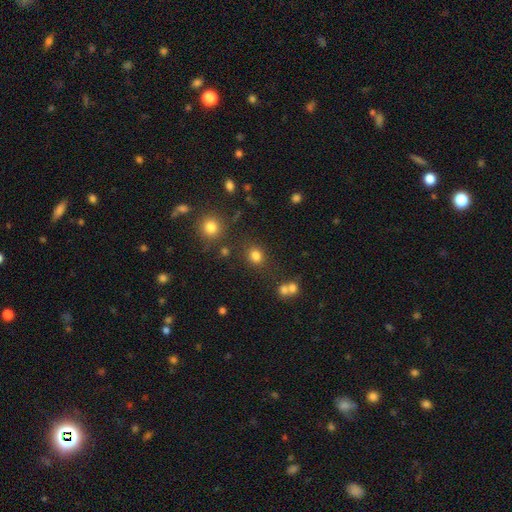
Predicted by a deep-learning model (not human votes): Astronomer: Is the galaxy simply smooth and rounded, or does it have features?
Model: smooth — 80%.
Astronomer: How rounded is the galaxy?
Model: round — 79%.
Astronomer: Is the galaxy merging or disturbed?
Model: none — 81%.